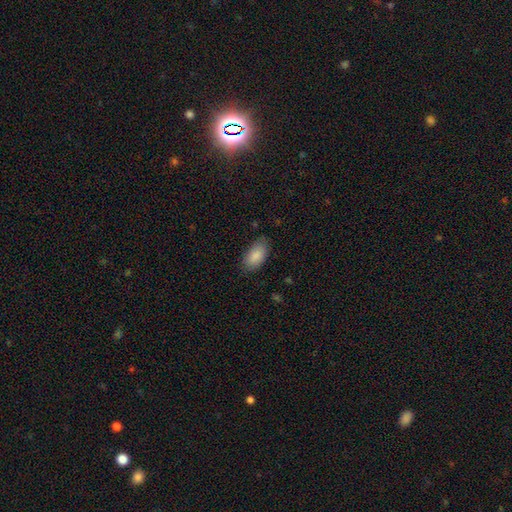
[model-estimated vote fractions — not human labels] Morphology: type=smooth (87%); roundness=in between (94%); merging=none (80%).